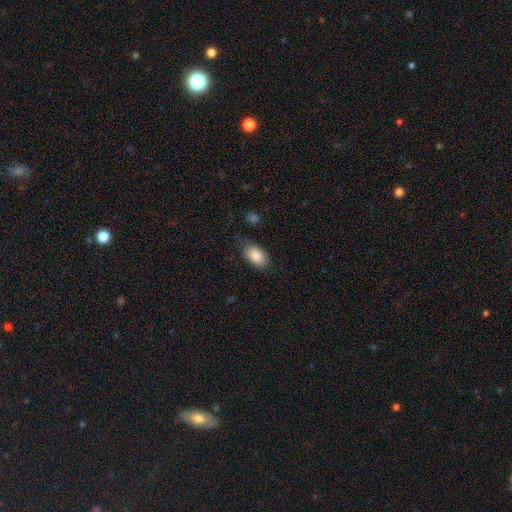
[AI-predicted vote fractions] Smooth or featured: smooth — 86% (star or artifact — 7%)
How rounded: in between — 91% (round — 7%)
Merging: none — 75% (minor disturbance — 18%)